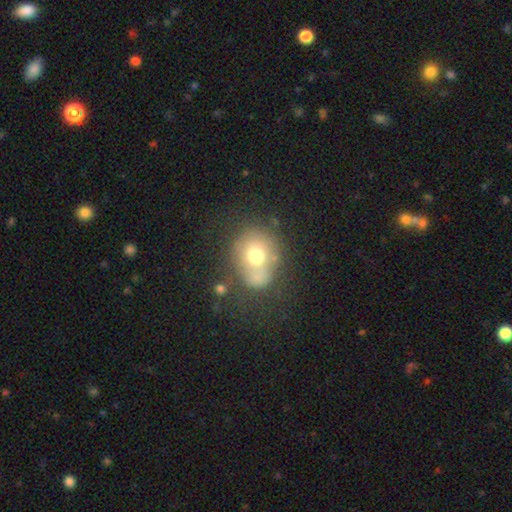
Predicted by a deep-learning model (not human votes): Morphology: type=smooth (65%); roundness=round (60%); merging=none (50%).